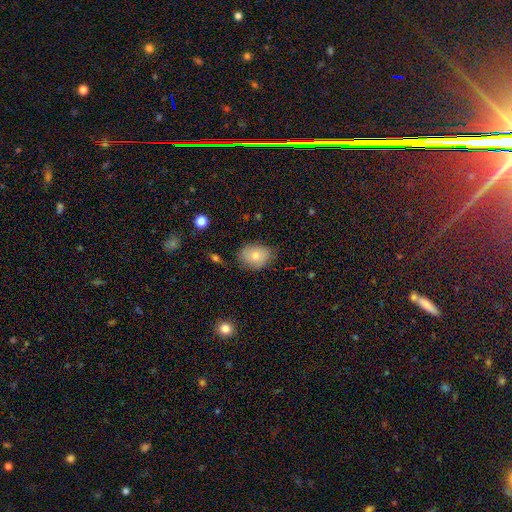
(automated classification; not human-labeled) The model was most divided on "how rounded": in between: 68%, round: 31%, cigar-shaped: 1%. More confident: smooth or featured — smooth (76%); merging — none (71%).